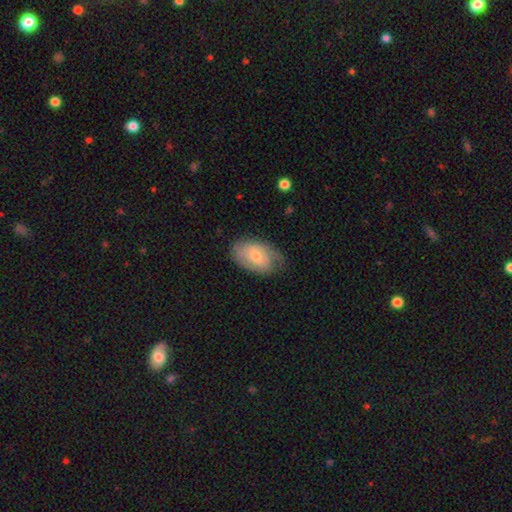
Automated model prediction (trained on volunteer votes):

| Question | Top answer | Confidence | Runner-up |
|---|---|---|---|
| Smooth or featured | smooth | 50% | featured or disk (44%) |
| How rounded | in between | 89% | round (9%) |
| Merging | none | 66% | minor disturbance (26%) |